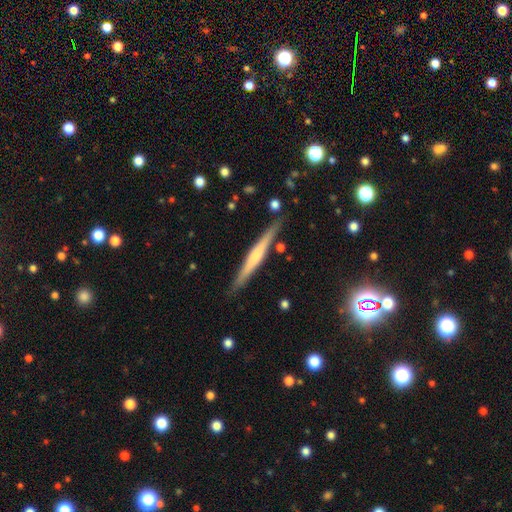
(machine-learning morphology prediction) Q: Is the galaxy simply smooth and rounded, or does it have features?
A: featured or disk — 57%.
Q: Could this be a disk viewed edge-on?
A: yes — 97%.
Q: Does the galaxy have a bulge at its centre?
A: rounded — 54%.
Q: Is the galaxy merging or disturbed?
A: none — 88%.